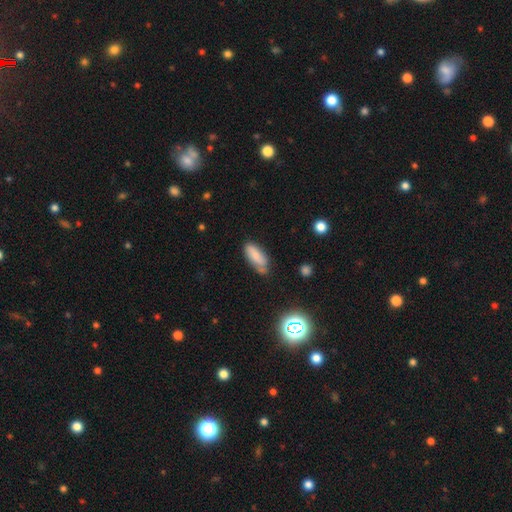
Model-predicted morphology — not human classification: This is likely a smooth galaxy (78%). How rounded: likely in between (74%). Merging: possibly none (56%).